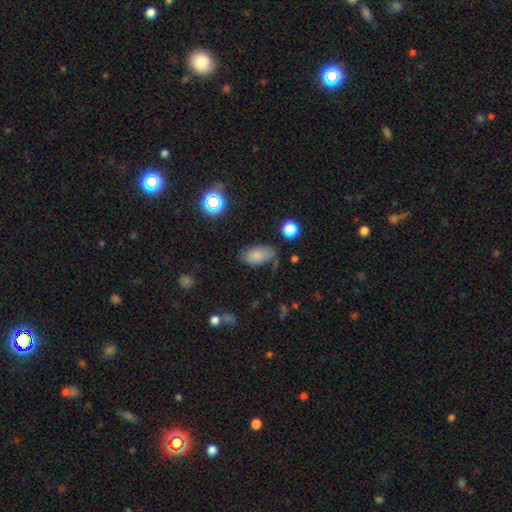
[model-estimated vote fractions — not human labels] A smooth galaxy with no disk features (75%) that is in between round and cigar-shaped (92%). Merging: none (67%).